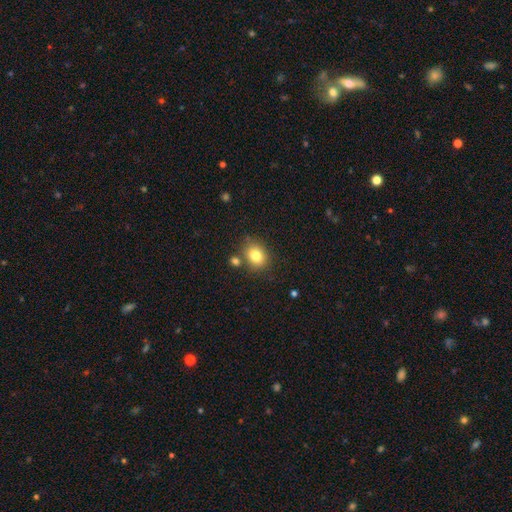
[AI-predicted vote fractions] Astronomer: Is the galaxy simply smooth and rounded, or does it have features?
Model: smooth — 81%.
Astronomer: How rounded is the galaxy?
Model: round — 52% (runner-up: in between, 47%).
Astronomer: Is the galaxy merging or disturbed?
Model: none — 74%.